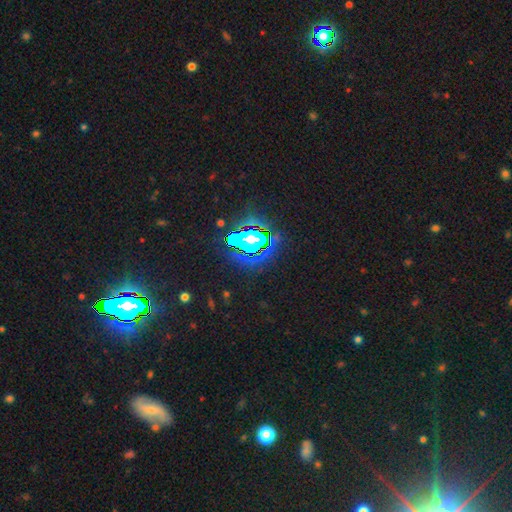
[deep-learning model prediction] Smooth or featured: star or artifact — 84% (smooth — 9%)